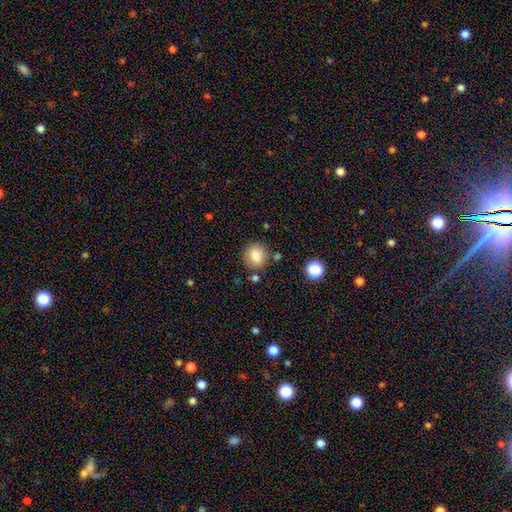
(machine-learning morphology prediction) Q: Smooth or featured?
A: smooth (80%); runner-up: star or artifact (10%)
Q: How rounded?
A: round (84%); runner-up: in between (15%)
Q: Merging?
A: none (82%); runner-up: minor disturbance (9%)